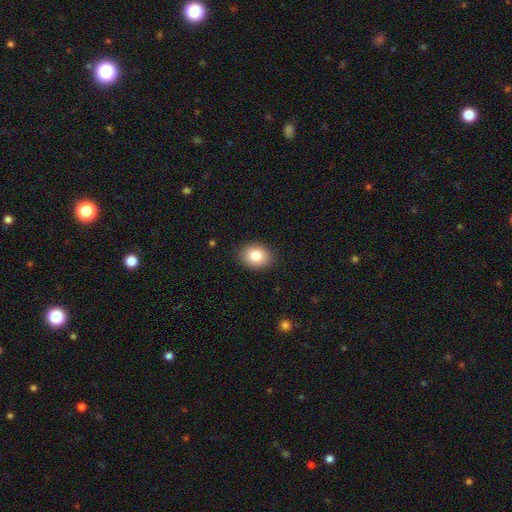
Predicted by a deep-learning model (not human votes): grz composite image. It shows a smooth galaxy with no disk features (85%) that is in between round and cigar-shaped (52%). Merging: none (88%).